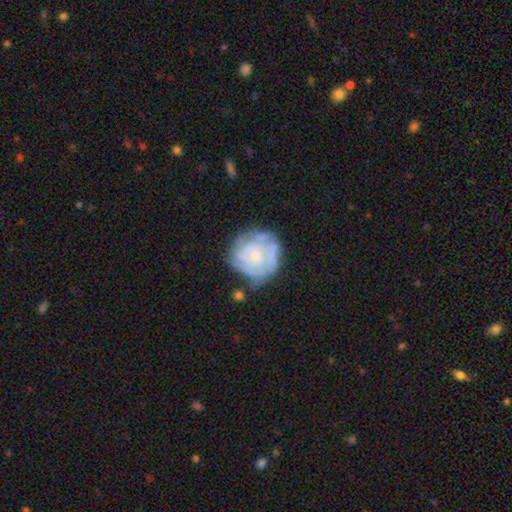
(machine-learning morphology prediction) This appears to be a featured or disk galaxy (72%) with no bar (81%), tight (69%) spiral arms (72%) and a small central bulge (64%). Merging: none (61%).